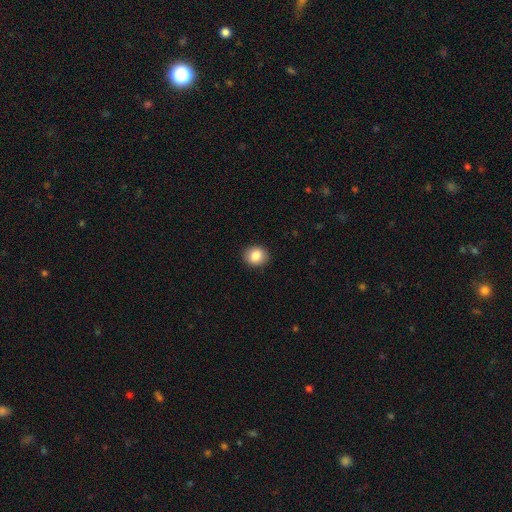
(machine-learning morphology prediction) A smooth galaxy with no disk features (85%) that is round (74%). Merging: none (91%).